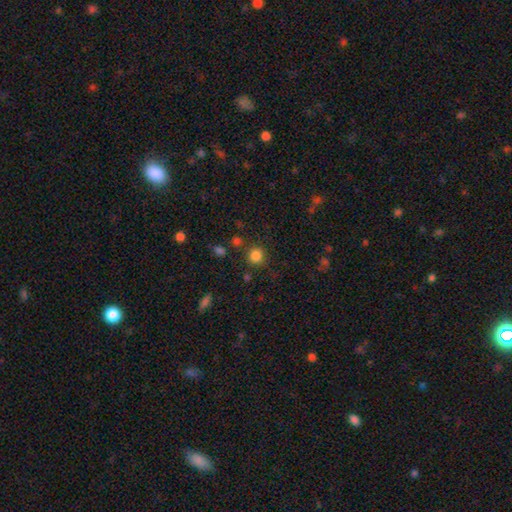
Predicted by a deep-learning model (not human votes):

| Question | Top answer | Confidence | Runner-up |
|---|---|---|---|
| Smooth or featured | smooth | 83% | star or artifact (13%) |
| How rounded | round | 89% | in between (10%) |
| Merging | none | 84% | minor disturbance (8%) |